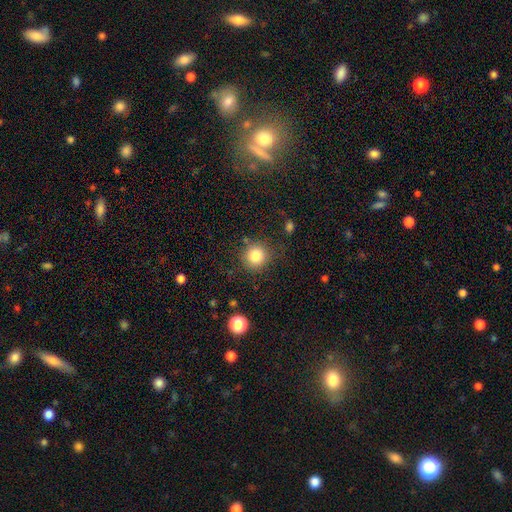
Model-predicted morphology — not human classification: Smooth or featured? smooth (83%)
How rounded? round (92%)
Merging? none (81%)